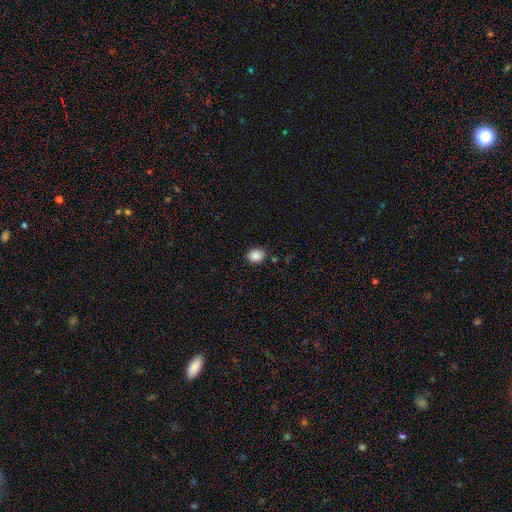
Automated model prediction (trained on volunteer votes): A smooth galaxy with no disk features (87%) that is round (51%). Merging: none (87%).